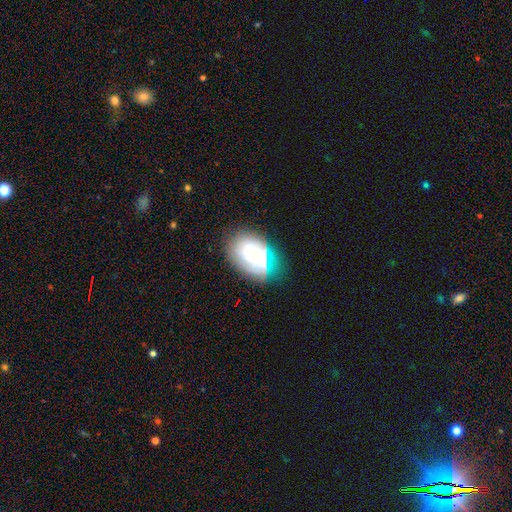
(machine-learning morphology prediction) Q: Smooth or featured?
A: featured or disk (55%); runner-up: smooth (33%)
Q: Edge-on disk?
A: no (96%); runner-up: yes (4%)
Q: Bar?
A: no (75%); runner-up: weak (20%)
Q: Spiral arms?
A: yes (62%); runner-up: no (38%)
Q: Bulge size?
A: small (53%); runner-up: moderate (35%)
Q: Merging?
A: none (64%); runner-up: minor disturbance (22%)